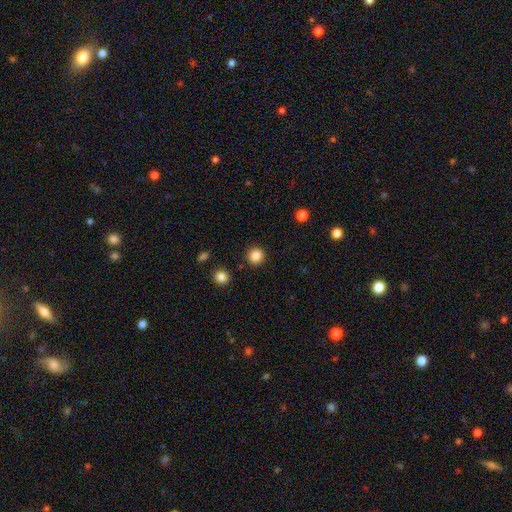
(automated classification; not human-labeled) Smooth or featured?
  - smooth: 85% *
  - star or artifact: 11%
  - featured or disk: 4%
How rounded?
  - round: 93% *
  - in between: 6%
  - cigar-shaped: 1%
Merging?
  - none: 91% *
  - minor disturbance: 5%
  - major disturbance: 2%
  - merger: 2%